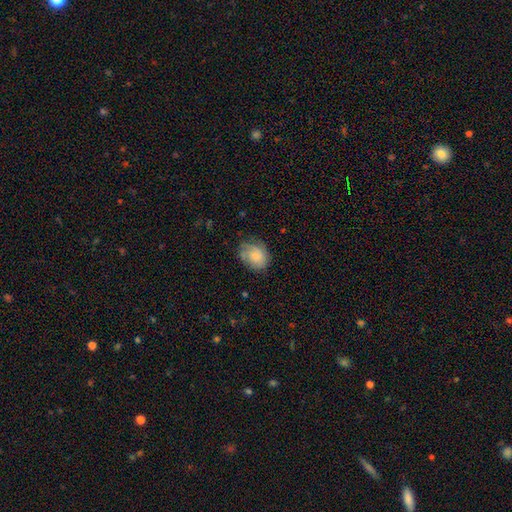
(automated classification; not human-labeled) smooth 72%, featured or disk 21%, star or artifact 8%. Down the decision tree: how rounded — in between (59%); merging — none (64%).